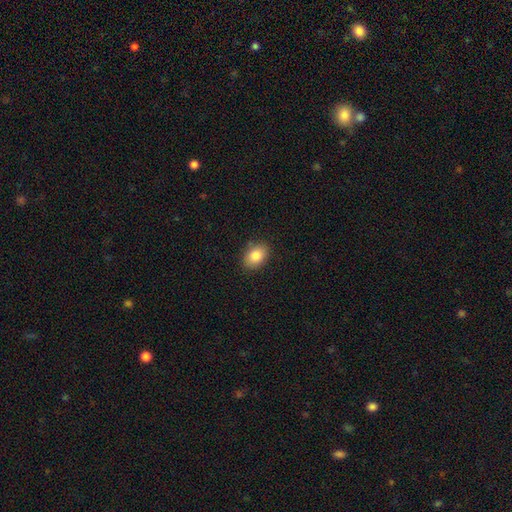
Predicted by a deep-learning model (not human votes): smooth-or-featured: smooth: 84% | star or artifact: 8% | featured or disk: 7%
  how-rounded: in between: 76% | round: 23% | cigar-shaped: 1%
  merging: none: 87% | minor disturbance: 10% | major disturbance: 2% | merger: 1%